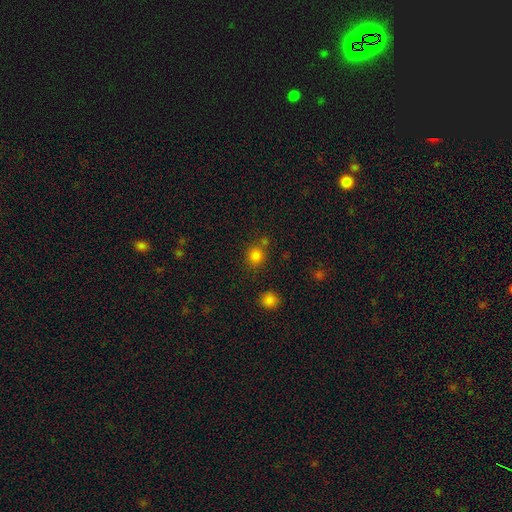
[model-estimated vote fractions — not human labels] This is clearly a smooth galaxy (82%). How rounded: clearly round (84%). Merging: likely none (72%).